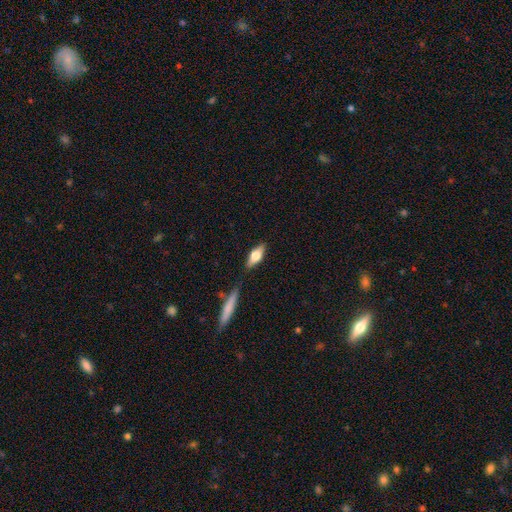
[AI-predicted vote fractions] Smooth or featured?
  - smooth: 63% *
  - featured or disk: 31%
  - star or artifact: 7%
How rounded?
  - in between: 68% *
  - cigar-shaped: 29%
  - round: 3%
Merging?
  - none: 76% *
  - minor disturbance: 14%
  - merger: 6%
  - major disturbance: 3%